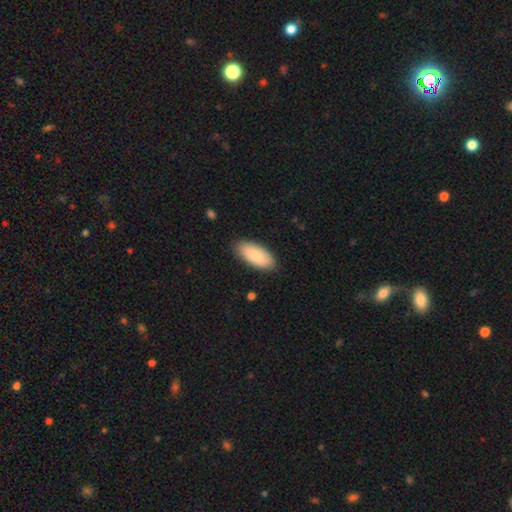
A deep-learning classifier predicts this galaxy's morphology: Smooth or featured? smooth (84%)
How rounded? in between (89%)
Merging? none (87%)